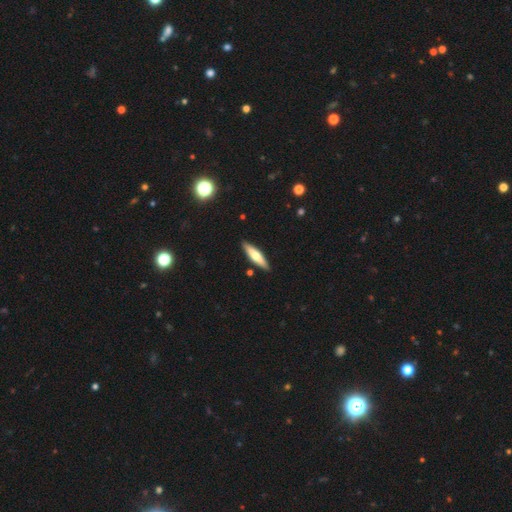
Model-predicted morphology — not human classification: This appears to be a smooth galaxy with no disk features (60%) that is cigar-shaped (73%). Merging: none (88%).